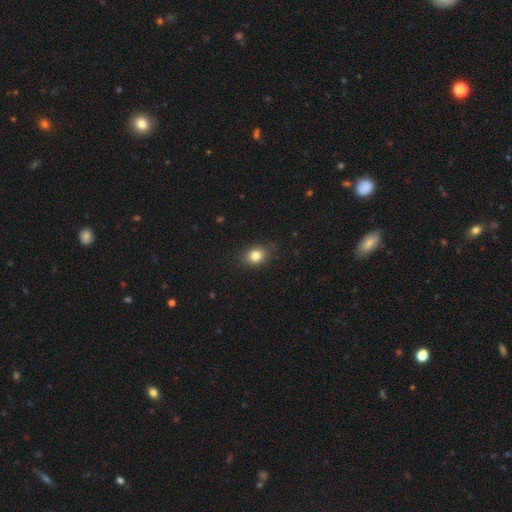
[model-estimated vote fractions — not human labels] Morphology: type=smooth (82%); roundness=in between (56%); merging=none (82%).